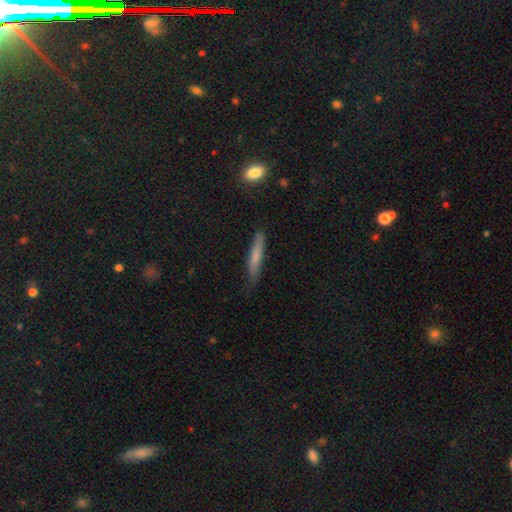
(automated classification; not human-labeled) Morphology: type=smooth (71%); roundness=cigar-shaped (92%); merging=none (74%).